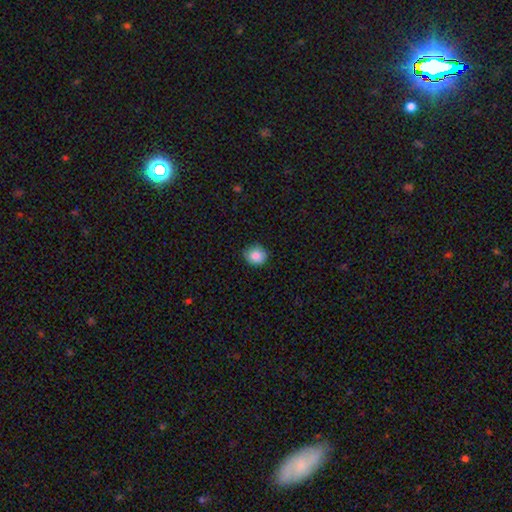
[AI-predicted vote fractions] This is clearly a smooth galaxy (85%). How rounded: likely round (80%). Merging: clearly none (81%).